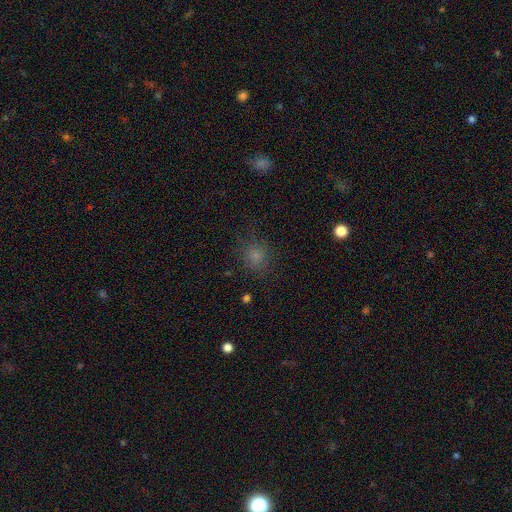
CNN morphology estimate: smooth_or_featured: smooth (p=0.77) [alt: star or artifact p=0.16]
how_rounded: round (p=0.80) [alt: in between p=0.19]
merging: none (p=0.78) [alt: minor disturbance p=0.14]